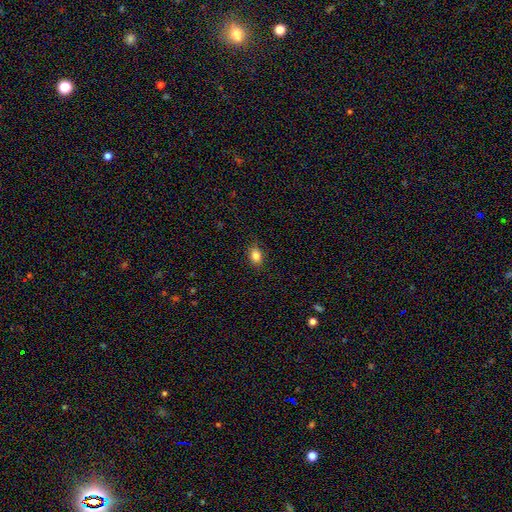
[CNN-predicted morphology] Q: Smooth or featured?
A: smooth (84%); runner-up: star or artifact (9%)
Q: How rounded?
A: in between (79%); runner-up: round (19%)
Q: Merging?
A: none (86%); runner-up: minor disturbance (11%)